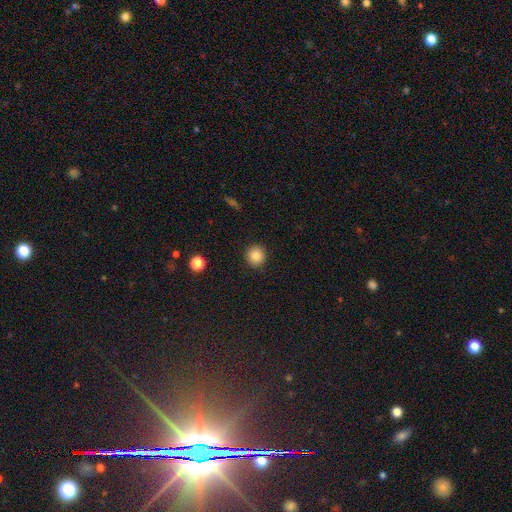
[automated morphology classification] This appears to be a smooth galaxy with no disk features (86%) that is round (94%). Merging: none (92%).